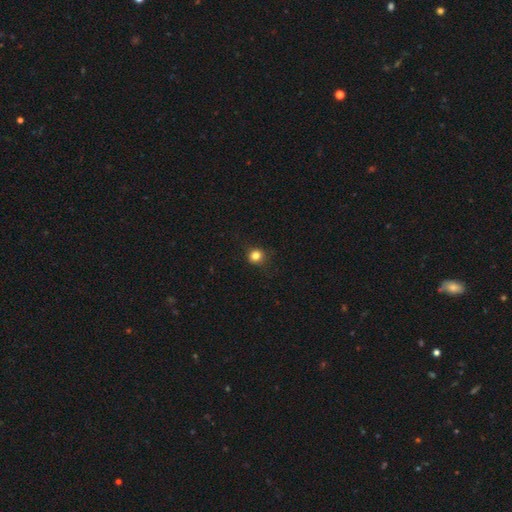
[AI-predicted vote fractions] Smooth or featured? smooth (82%)
How rounded? round (90%)
Merging? none (86%)